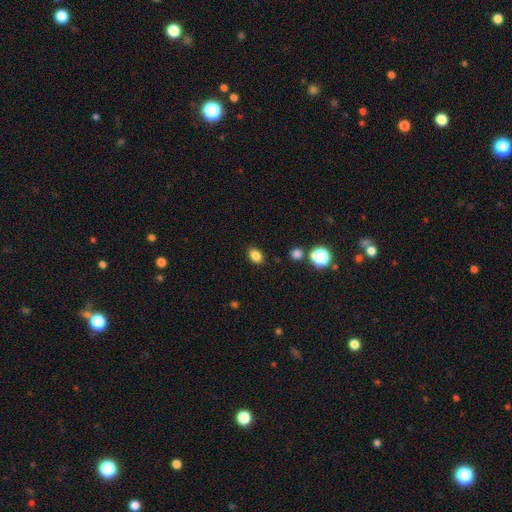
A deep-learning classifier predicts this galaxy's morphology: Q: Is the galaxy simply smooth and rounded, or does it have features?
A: smooth — 84%.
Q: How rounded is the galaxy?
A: in between — 73%.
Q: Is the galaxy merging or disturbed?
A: none — 87%.